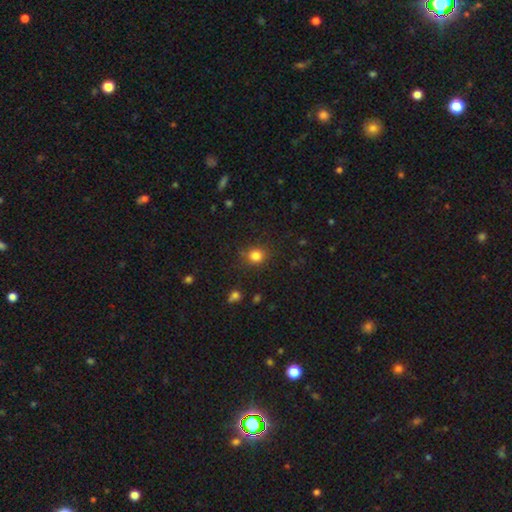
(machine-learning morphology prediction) Smooth or featured?
  - smooth: 81% *
  - star or artifact: 13%
  - featured or disk: 5%
How rounded?
  - round: 78% *
  - in between: 21%
  - cigar-shaped: 1%
Merging?
  - none: 81% *
  - minor disturbance: 13%
  - major disturbance: 4%
  - merger: 3%